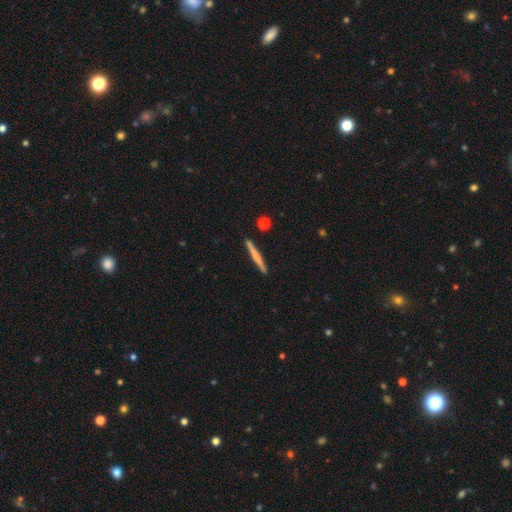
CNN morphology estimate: The model was most divided on "smooth or featured": smooth: 57%, featured or disk: 38%, star or artifact: 5%. More confident: how rounded — cigar-shaped (96%); merging — none (89%).